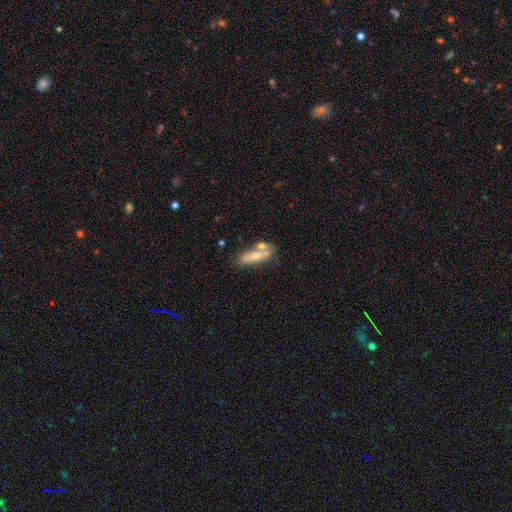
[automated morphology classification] Smooth or featured? Predicted: smooth (p=0.58). How rounded? Predicted: cigar-shaped (p=0.51). Merging? Predicted: none (p=0.52).